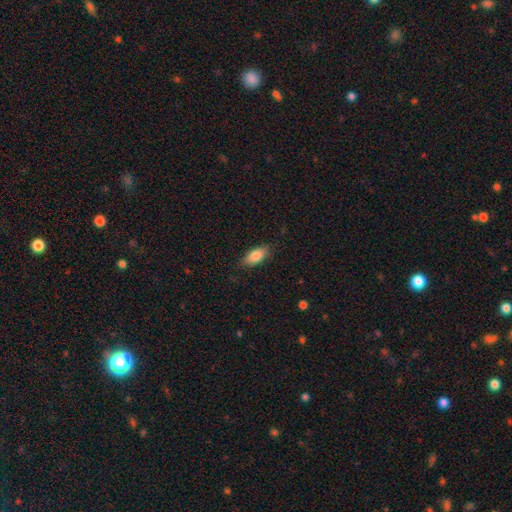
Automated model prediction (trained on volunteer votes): Q: Smooth or featured?
A: smooth (84%); runner-up: featured or disk (9%)
Q: How rounded?
A: in between (85%); runner-up: cigar-shaped (12%)
Q: Merging?
A: none (82%); runner-up: minor disturbance (14%)